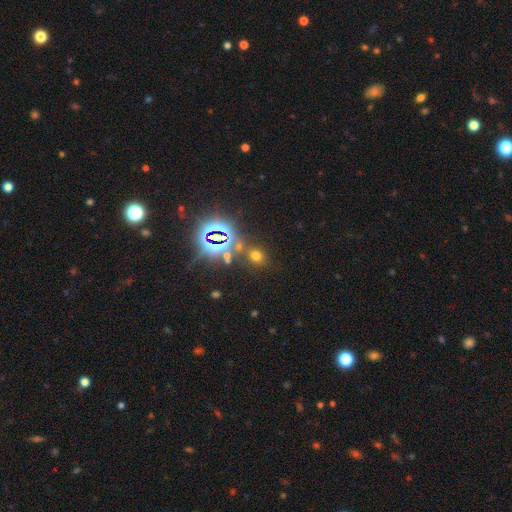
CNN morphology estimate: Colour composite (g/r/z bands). It shows a smooth galaxy with no disk features (53%) that is round (73%). Merging: none (77%).